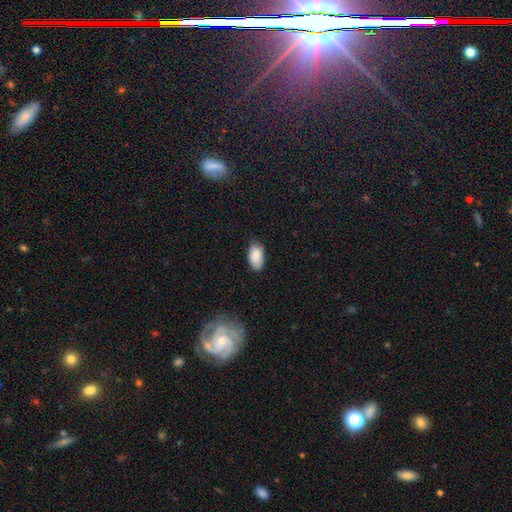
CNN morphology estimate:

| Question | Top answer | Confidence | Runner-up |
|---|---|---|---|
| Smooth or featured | smooth | 86% | featured or disk (7%) |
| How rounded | in between | 94% | round (3%) |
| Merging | none | 72% | minor disturbance (23%) |